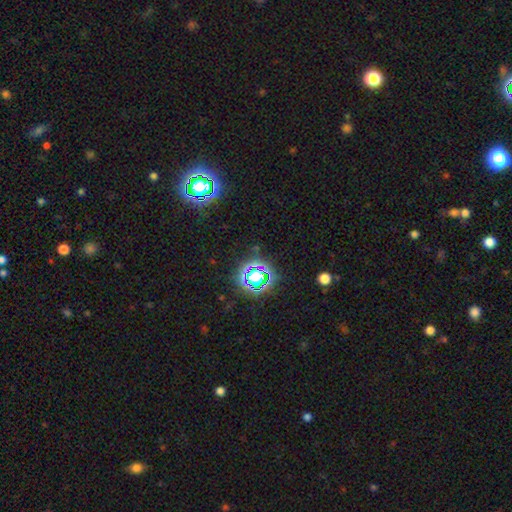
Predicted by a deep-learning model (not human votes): A star or artifact, not a galaxy (75%).

Vote fractions:
- Smooth or featured? star or artifact: 75% / smooth: 17% / featured or disk: 7%